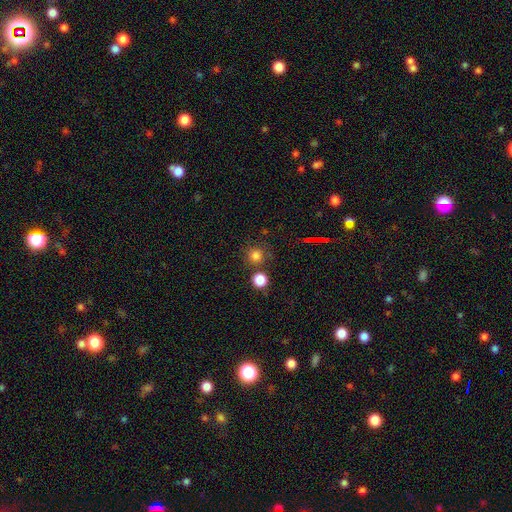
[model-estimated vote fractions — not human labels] smooth 79%, star or artifact 16%, featured or disk 6%. Down the decision tree: how rounded — round (93%); merging — none (76%).